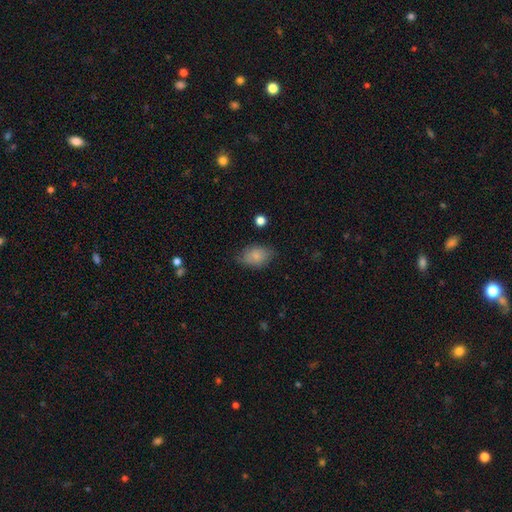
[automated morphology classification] type=smooth (83%); roundness=in between (80%); merging=none (73%).